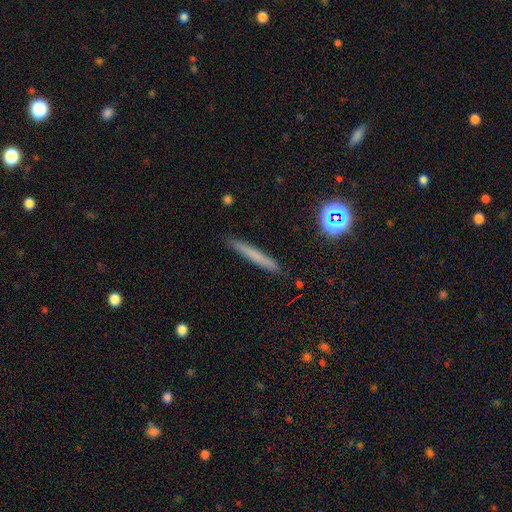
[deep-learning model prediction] Q: Smooth or featured?
A: smooth (65%); runner-up: featured or disk (25%)
Q: How rounded?
A: cigar-shaped (96%); runner-up: in between (3%)
Q: Merging?
A: none (90%); runner-up: minor disturbance (7%)